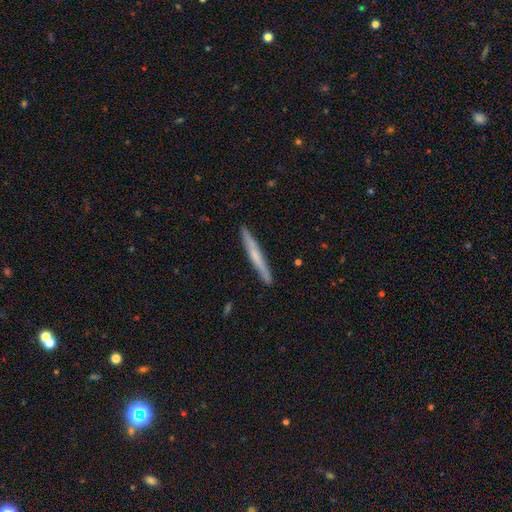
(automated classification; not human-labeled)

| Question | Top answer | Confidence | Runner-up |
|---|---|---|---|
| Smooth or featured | smooth | 53% | featured or disk (41%) |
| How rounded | cigar-shaped | 97% | in between (2%) |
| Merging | none | 91% | minor disturbance (6%) |